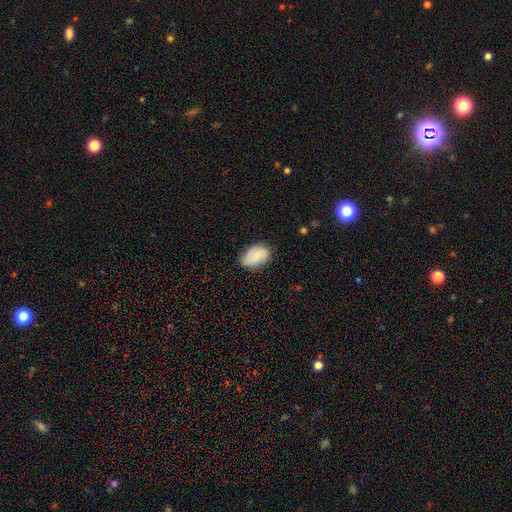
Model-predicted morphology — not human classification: Smooth or featured? smooth (70%)
How rounded? in between (88%)
Merging? none (68%)